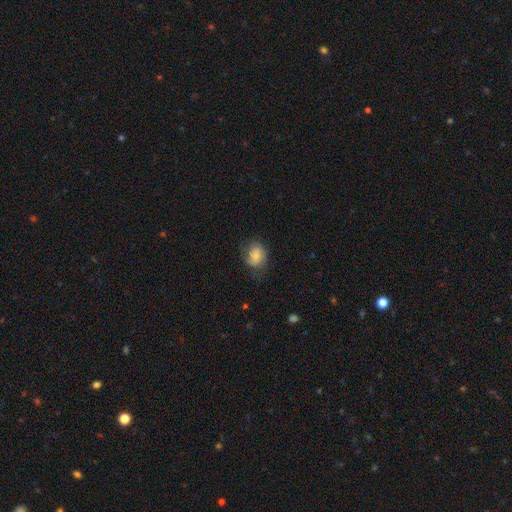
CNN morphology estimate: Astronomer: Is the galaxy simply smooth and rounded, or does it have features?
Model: smooth — 63%.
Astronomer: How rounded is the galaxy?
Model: in between — 55% (runner-up: round, 44%).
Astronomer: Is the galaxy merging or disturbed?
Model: none — 60%.